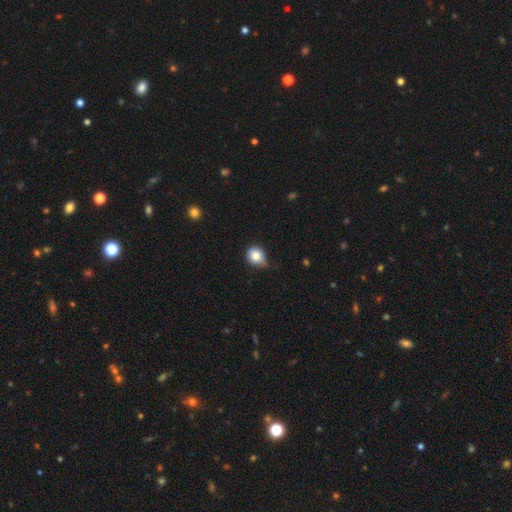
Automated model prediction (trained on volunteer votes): This is likely a smooth galaxy (80%). How rounded: likely round (64%). Merging: possibly none (49%).